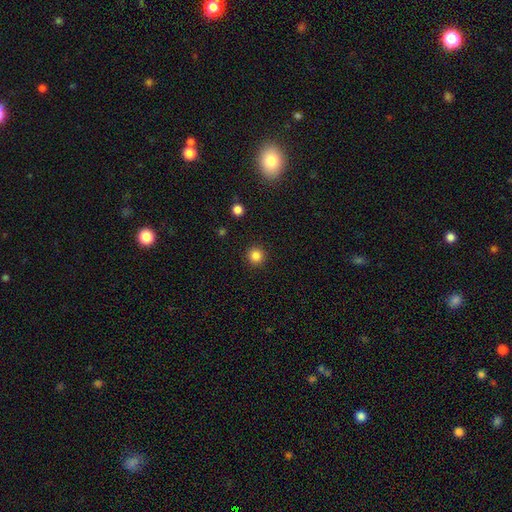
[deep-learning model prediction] This appears to be a smooth galaxy with no disk features (84%) that is round (95%). Merging: none (92%).